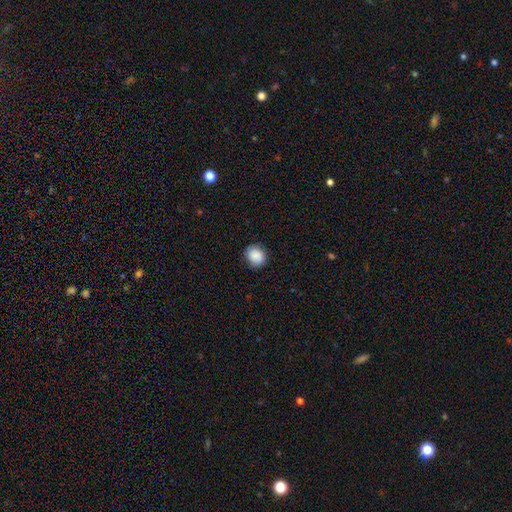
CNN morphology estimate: Smooth or featured?
  - smooth: 88% *
  - star or artifact: 8%
  - featured or disk: 5%
How rounded?
  - round: 72% *
  - in between: 27%
  - cigar-shaped: 1%
Merging?
  - none: 86% *
  - minor disturbance: 10%
  - major disturbance: 2%
  - merger: 1%